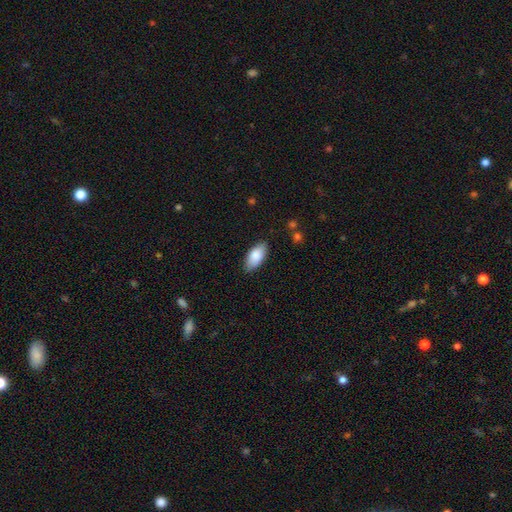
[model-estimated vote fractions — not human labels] Overall: smooth (85%). How rounded: in between (92%). Merging: none (85%).